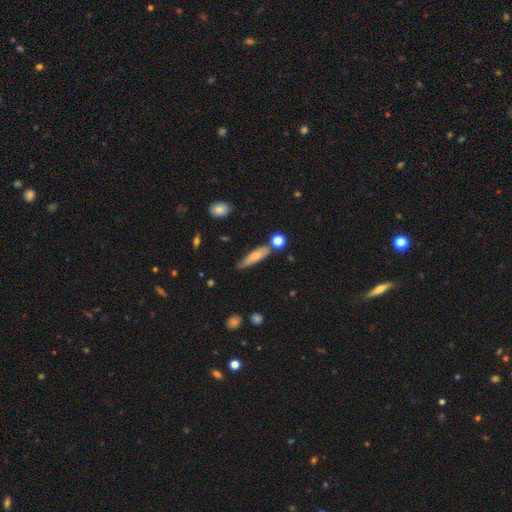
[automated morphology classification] Smooth or featured: smooth — 73% (featured or disk — 20%)
How rounded: cigar-shaped — 74% (in between — 24%)
Merging: none — 65% (minor disturbance — 21%)